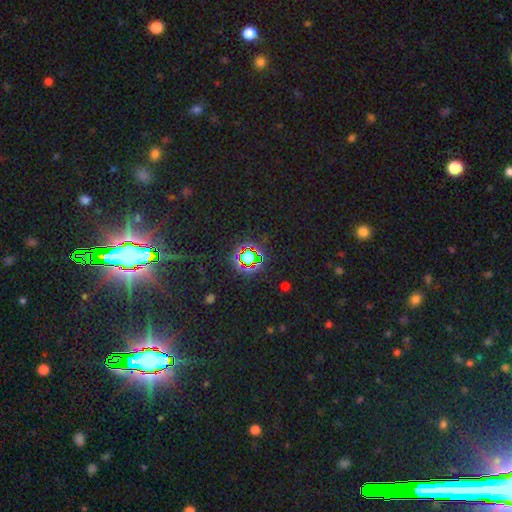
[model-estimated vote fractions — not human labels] This is clearly a star or artifact rather than a galaxy (84%).